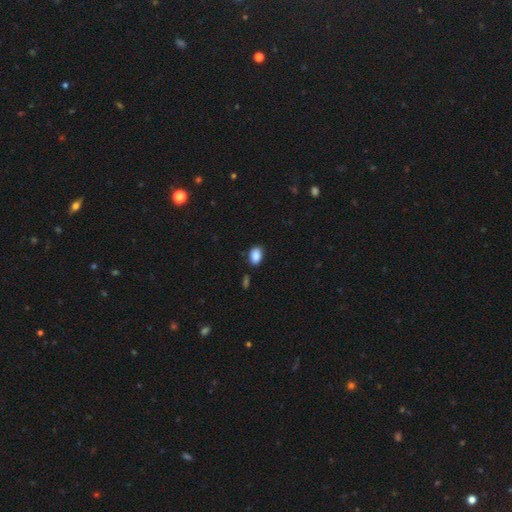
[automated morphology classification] The model was most divided on "merging": none: 81%, minor disturbance: 13%, major disturbance: 3%, merger: 3%. More confident: smooth or featured — smooth (88%); how rounded — in between (83%).